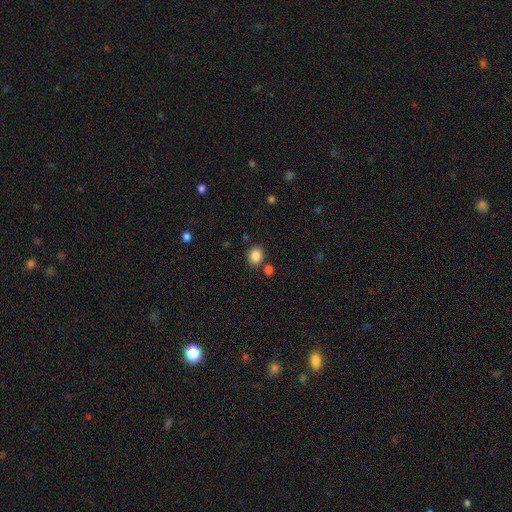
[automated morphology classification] smooth-or-featured: smooth: 86% | star or artifact: 10% | featured or disk: 4%
  how-rounded: round: 57% | in between: 42% | cigar-shaped: 1%
  merging: none: 79% | minor disturbance: 10% | merger: 8% | major disturbance: 3%